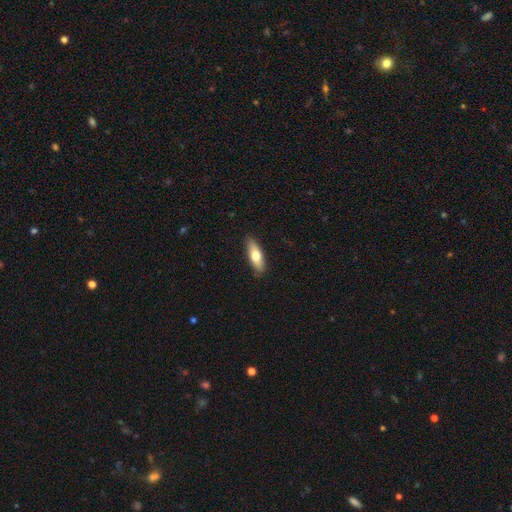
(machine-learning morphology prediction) Overall: smooth (70%). How rounded: in between (55%; cigar-shaped 43%). Merging: none (87%).